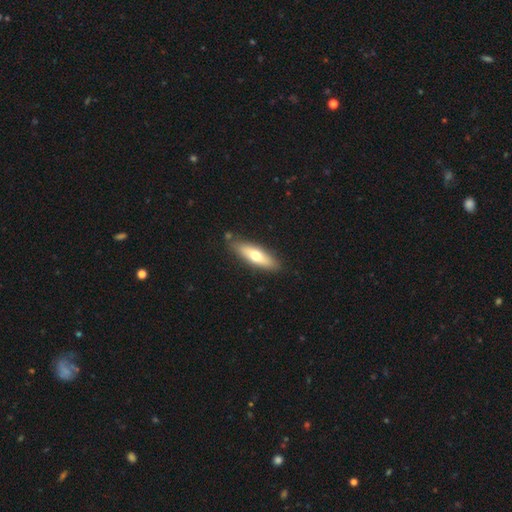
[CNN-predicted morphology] Smooth or featured?
  - smooth: 59% *
  - featured or disk: 36%
  - star or artifact: 5%
How rounded?
  - cigar-shaped: 55% *
  - in between: 43%
  - round: 2%
Merging?
  - none: 82% *
  - minor disturbance: 12%
  - merger: 3%
  - major disturbance: 2%